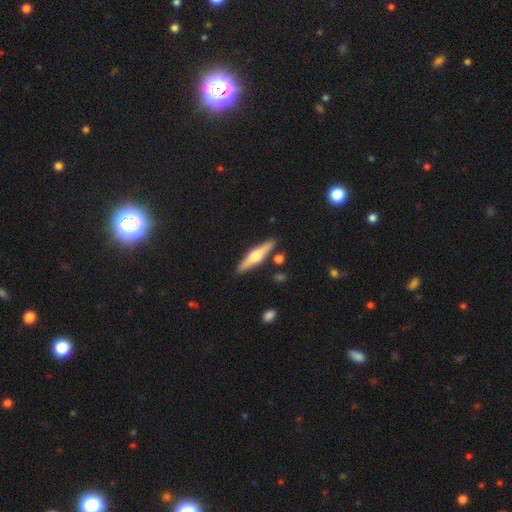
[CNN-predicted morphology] A featured or disk galaxy (58%) viewed edge-on (96%) with a rounded central bulge (91%).

Vote fractions:
- Smooth or featured? featured or disk: 58% / smooth: 36% / star or artifact: 6%
- Edge-on disk? yes: 96% / no: 4%
- Edge-on bulge? rounded: 91% / boxy: 6% / none: 3%
- Merging? none: 86% / minor disturbance: 9% / merger: 4% / major disturbance: 2%